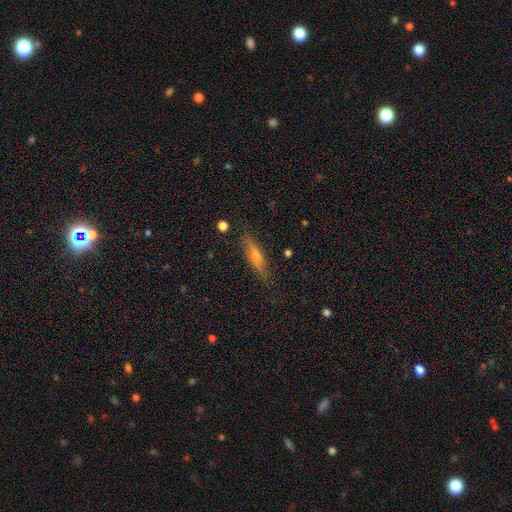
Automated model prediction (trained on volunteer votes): Smooth or featured: featured or disk — 51% (smooth — 42%)
Edge-on disk: yes — 86% (no — 14%)
Merging: none — 84% (minor disturbance — 12%)